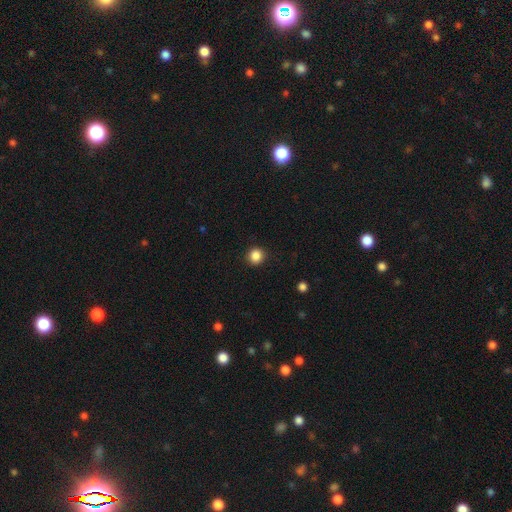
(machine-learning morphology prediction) The model was most divided on "smooth or featured": smooth: 86%, star or artifact: 11%, featured or disk: 3%. More confident: merging — none (90%); how rounded — round (90%).